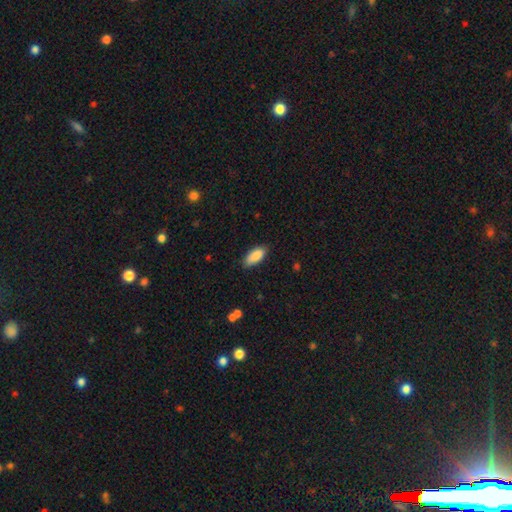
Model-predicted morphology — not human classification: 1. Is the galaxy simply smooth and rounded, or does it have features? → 88% smooth, 6% star or artifact, 6% featured or disk.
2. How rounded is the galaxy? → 84% in between, 14% cigar-shaped, 2% round.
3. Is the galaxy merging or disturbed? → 81% none, 15% minor disturbance, 2% major disturbance, 1% merger.